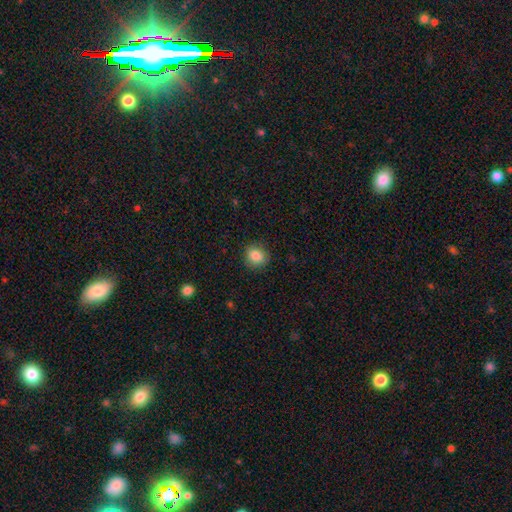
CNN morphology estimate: Smooth or featured: smooth — 85% (star or artifact — 9%)
How rounded: round — 77% (in between — 22%)
Merging: none — 88% (minor disturbance — 9%)